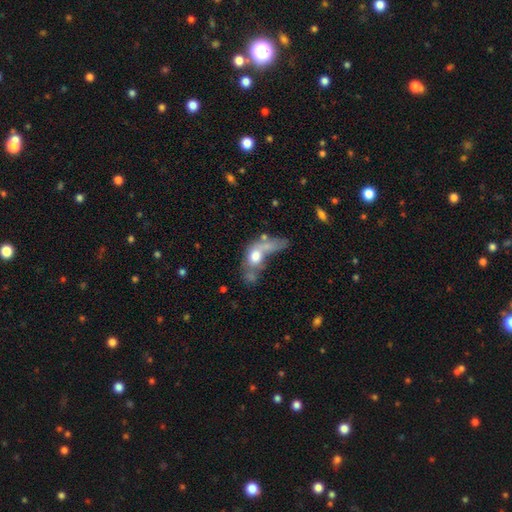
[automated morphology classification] smooth 61%, featured or disk 29%, star or artifact 10%. Down the decision tree: how rounded — in between (65%); merging — merger (41%).